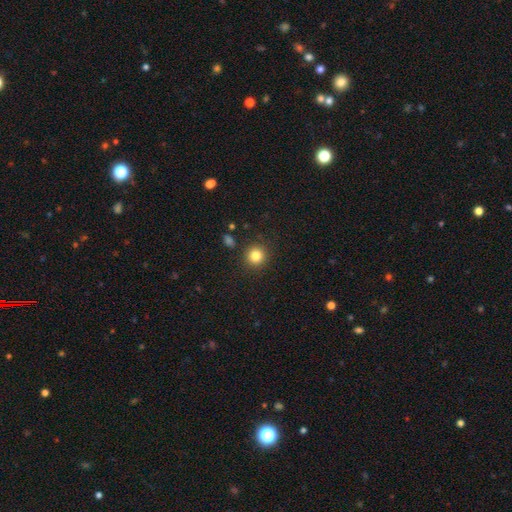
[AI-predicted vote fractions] Q: Smooth or featured?
A: smooth (83%); runner-up: star or artifact (11%)
Q: How rounded?
A: round (93%); runner-up: in between (6%)
Q: Merging?
A: none (90%); runner-up: minor disturbance (6%)